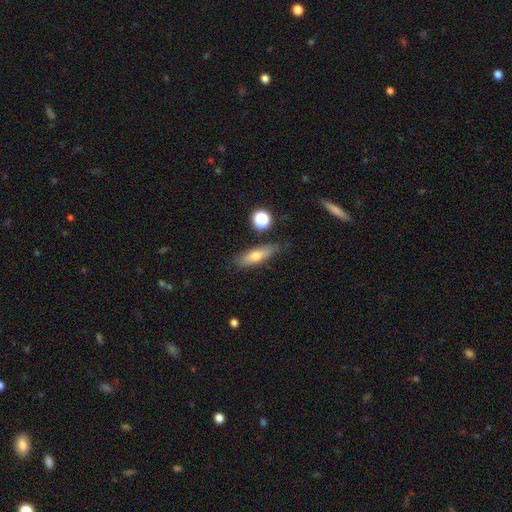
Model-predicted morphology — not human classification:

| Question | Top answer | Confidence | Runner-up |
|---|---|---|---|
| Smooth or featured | smooth | 62% | featured or disk (30%) |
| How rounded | cigar-shaped | 53% | in between (43%) |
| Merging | none | 76% | minor disturbance (17%) |